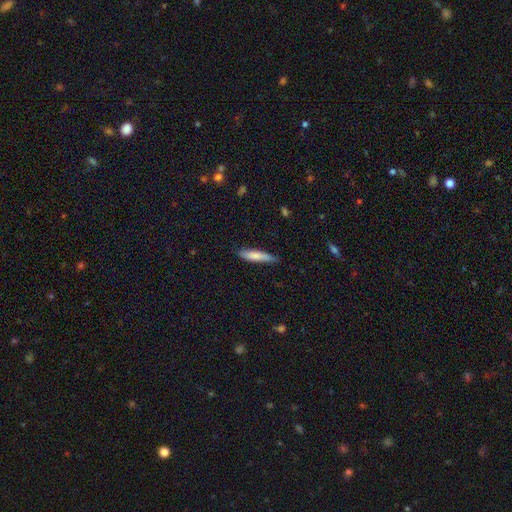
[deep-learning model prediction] A smooth galaxy with no disk features (78%) that is cigar-shaped (84%).

Vote fractions:
- Smooth or featured? smooth: 78% / featured or disk: 17% / star or artifact: 6%
- How rounded? cigar-shaped: 84% / in between: 14% / round: 1%
- Merging? none: 79% / minor disturbance: 17% / major disturbance: 3% / merger: 1%